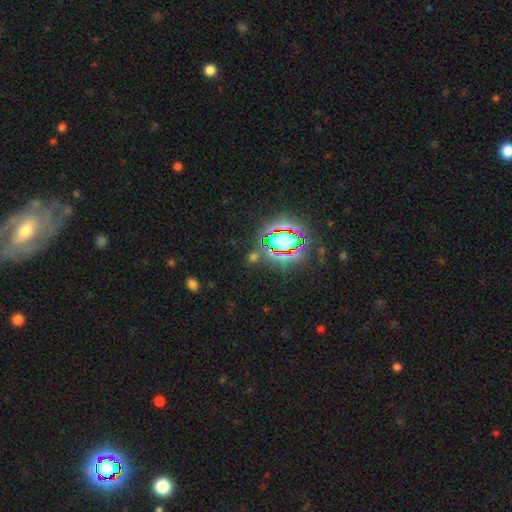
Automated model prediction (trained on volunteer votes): Smooth or featured? Predicted: star or artifact (p=0.73).